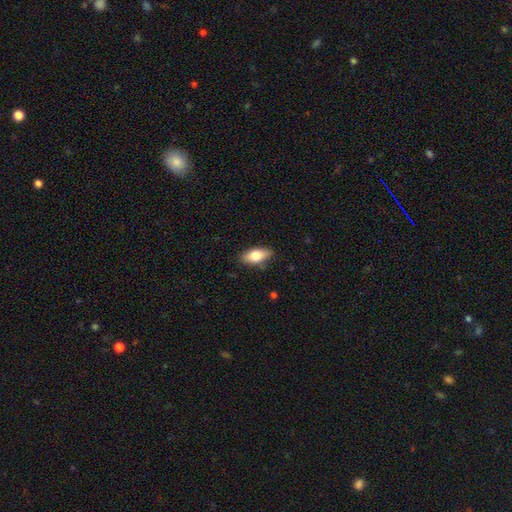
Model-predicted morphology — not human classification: Smooth or featured? Predicted: smooth (p=0.76). How rounded? Predicted: in between (p=0.85). Merging? Predicted: none (p=0.82).